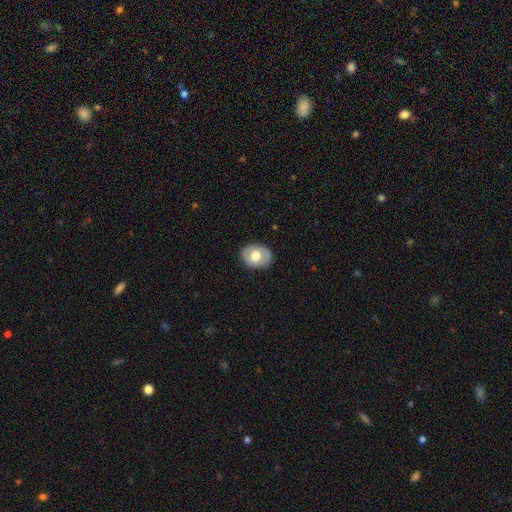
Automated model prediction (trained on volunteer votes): Overall: smooth (60%; featured or disk 33%). How rounded: in between (62%; round 37%). Merging: none (83%).